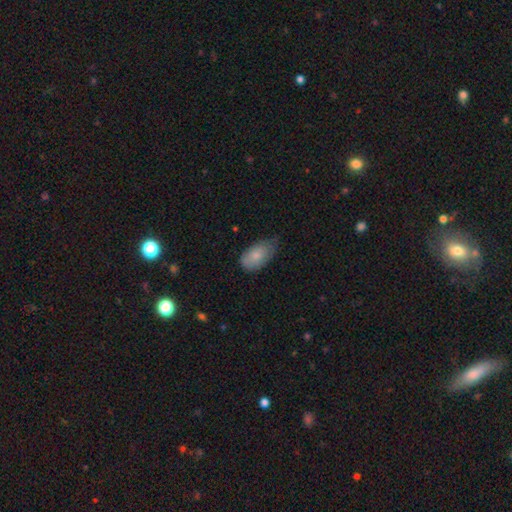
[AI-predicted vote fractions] The model was most divided on "merging": none: 45%, minor disturbance: 44%, major disturbance: 9%, merger: 2%. More confident: how rounded — in between (93%); smooth or featured — smooth (82%).